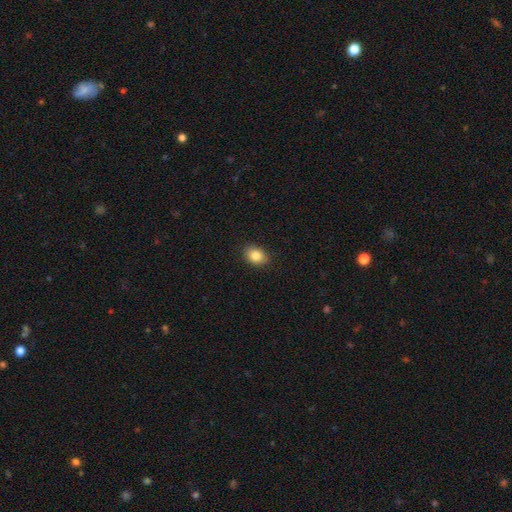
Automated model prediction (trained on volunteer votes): Smooth or featured? smooth (84%)
How rounded? in between (73%)
Merging? none (88%)